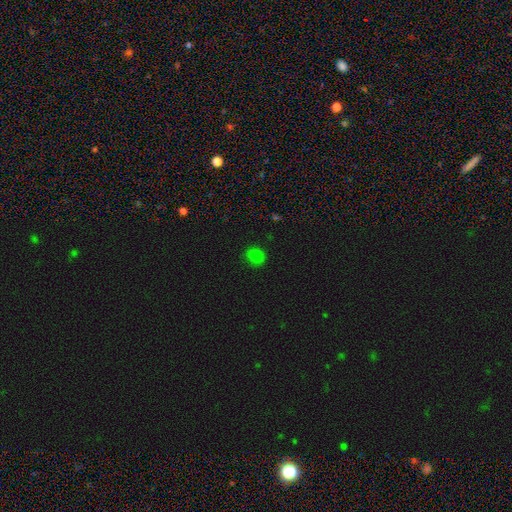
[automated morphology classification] A smooth galaxy with no disk features (79%) that is round (74%). Merging: none (87%).